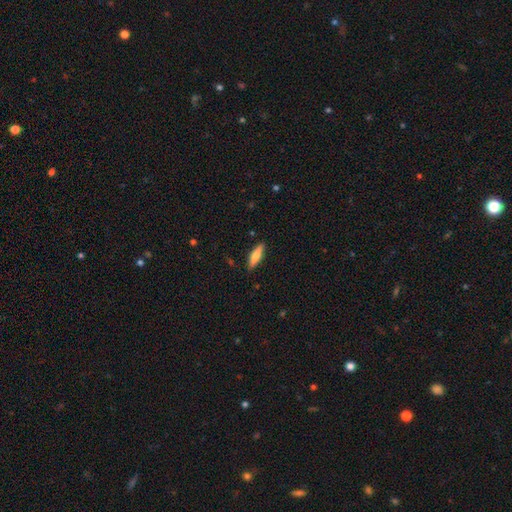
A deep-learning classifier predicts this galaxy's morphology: A smooth galaxy with no disk features (70%) that is cigar-shaped (70%). Merging: none (88%).